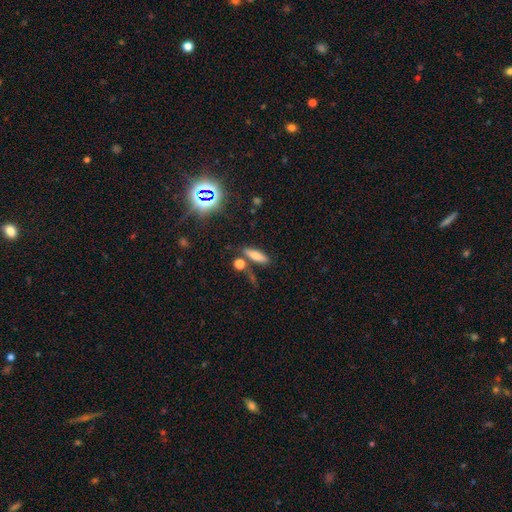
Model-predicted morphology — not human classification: Q: Smooth or featured?
A: smooth (69%); runner-up: featured or disk (18%)
Q: How rounded?
A: cigar-shaped (51%); runner-up: in between (45%)
Q: Merging?
A: none (70%); runner-up: merger (13%)